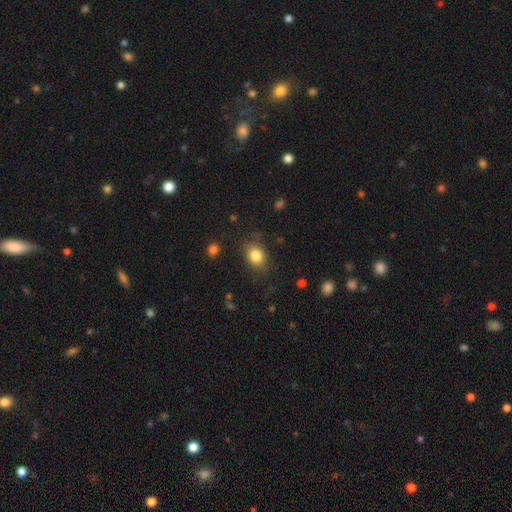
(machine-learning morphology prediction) A smooth galaxy with no disk features (83%) that is in between round and cigar-shaped (62%). Merging: none (80%).